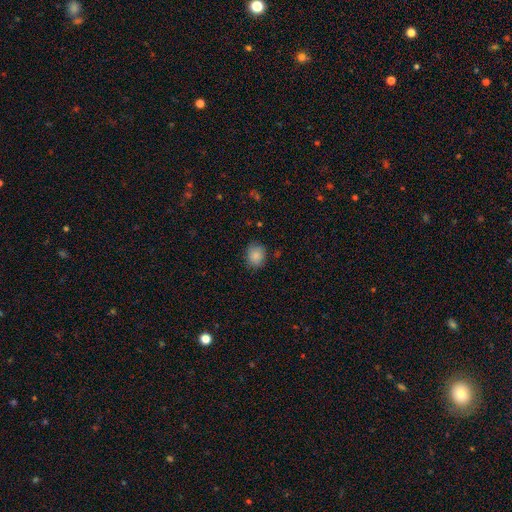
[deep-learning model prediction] Smooth or featured? smooth (86%)
How rounded? round (62%)
Merging? none (81%)